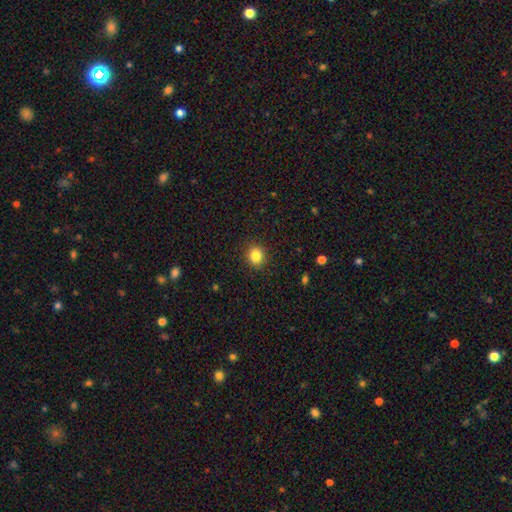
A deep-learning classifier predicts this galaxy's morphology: type=smooth (84%); roundness=round (82%); merging=none (91%).